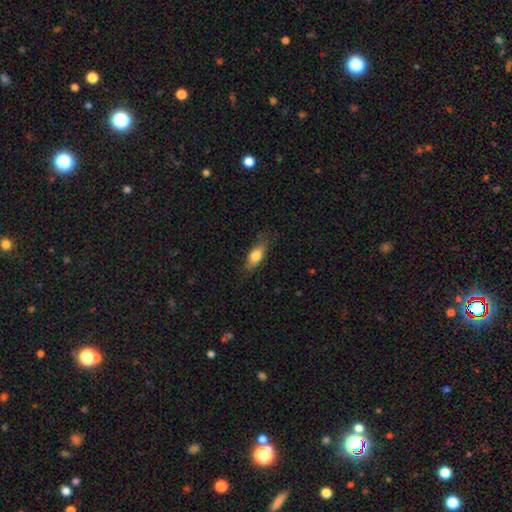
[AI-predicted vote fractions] Smooth or featured: smooth — 75% (featured or disk — 18%)
How rounded: in between — 73% (cigar-shaped — 23%)
Merging: none — 78% (minor disturbance — 17%)